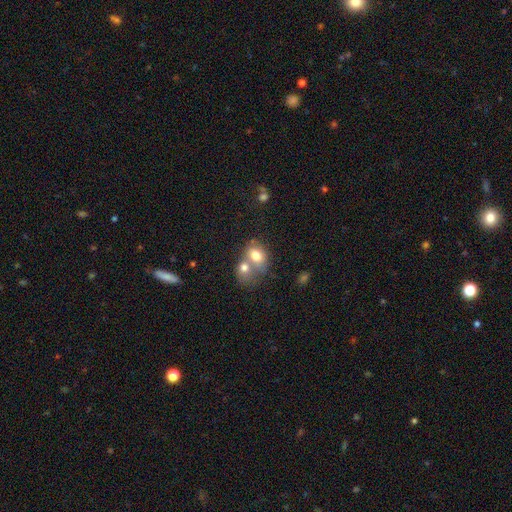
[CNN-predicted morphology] Smooth or featured? smooth (74%)
How rounded? in between (56%)
Merging? merger (63%)